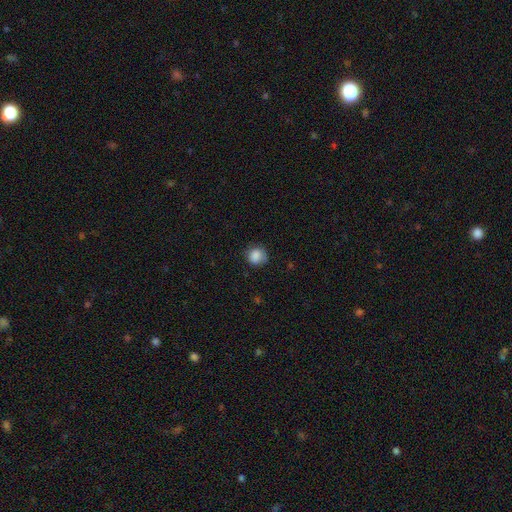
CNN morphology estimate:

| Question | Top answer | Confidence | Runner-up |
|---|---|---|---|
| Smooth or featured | smooth | 86% | star or artifact (9%) |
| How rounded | round | 84% | in between (15%) |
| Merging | none | 71% | minor disturbance (22%) |